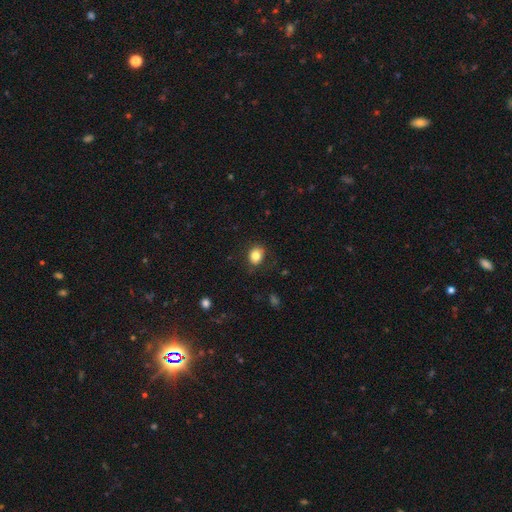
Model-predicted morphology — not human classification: Smooth or featured?
  - smooth: 82% *
  - star or artifact: 10%
  - featured or disk: 8%
How rounded?
  - in between: 53% *
  - round: 46%
  - cigar-shaped: 1%
Merging?
  - none: 79% *
  - minor disturbance: 16%
  - major disturbance: 4%
  - merger: 1%